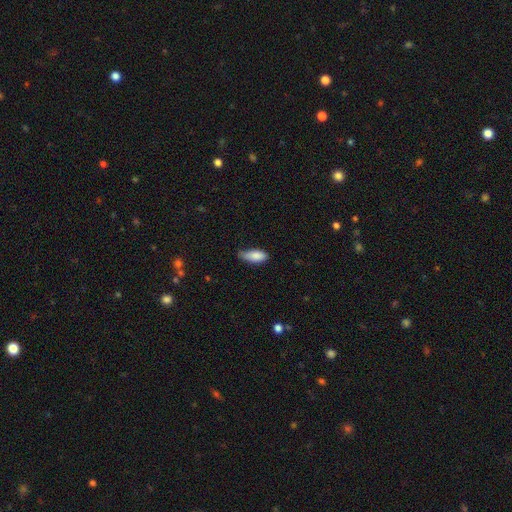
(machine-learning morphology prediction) type=smooth (85%); roundness=in between (80%); merging=none (47%).